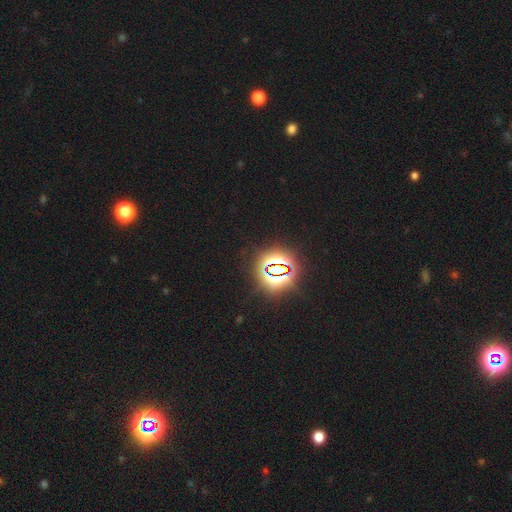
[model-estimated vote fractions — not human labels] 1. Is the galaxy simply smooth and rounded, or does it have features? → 80% star or artifact, 14% smooth, 6% featured or disk.